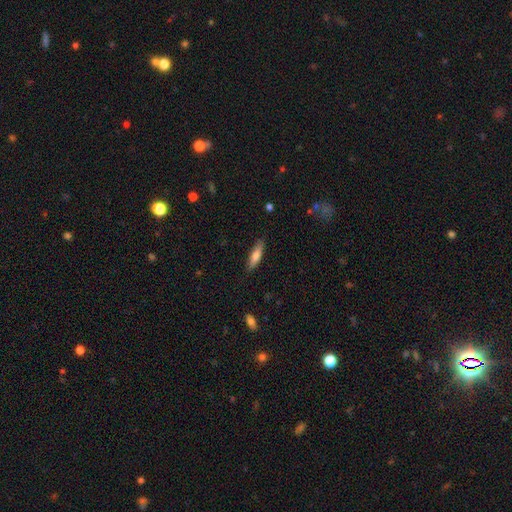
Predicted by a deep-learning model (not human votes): Q: Smooth or featured?
A: smooth (73%); runner-up: featured or disk (21%)
Q: How rounded?
A: cigar-shaped (72%); runner-up: in between (27%)
Q: Merging?
A: none (86%); runner-up: minor disturbance (11%)